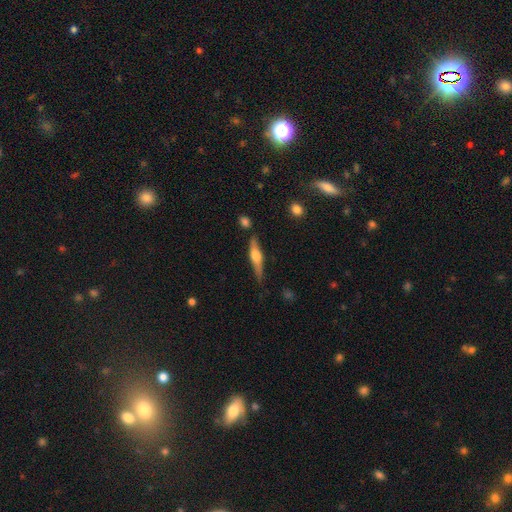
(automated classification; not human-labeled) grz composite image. It shows a featured or disk galaxy (63%) viewed edge-on (96%) with a rounded central bulge (90%). Merging: none (78%).